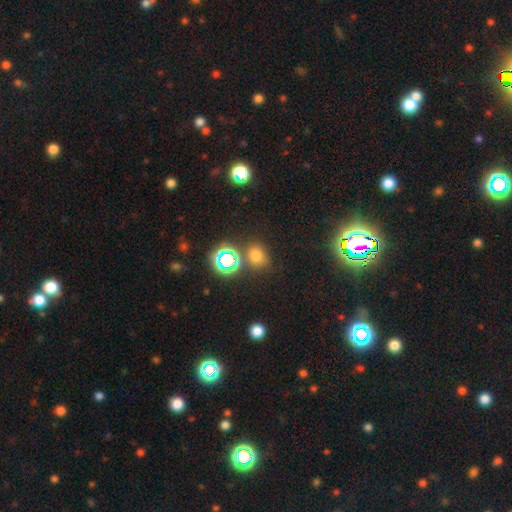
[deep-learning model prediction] Smooth or featured? smooth (65%)
How rounded? round (65%)
Merging? none (76%)